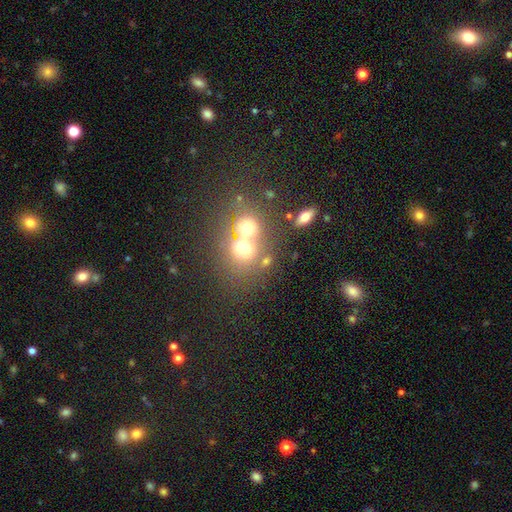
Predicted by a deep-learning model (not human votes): smooth-or-featured: smooth: 50% | star or artifact: 32% | featured or disk: 18%
  merging: merger: 45% | none: 43% | minor disturbance: 8% | major disturbance: 5%